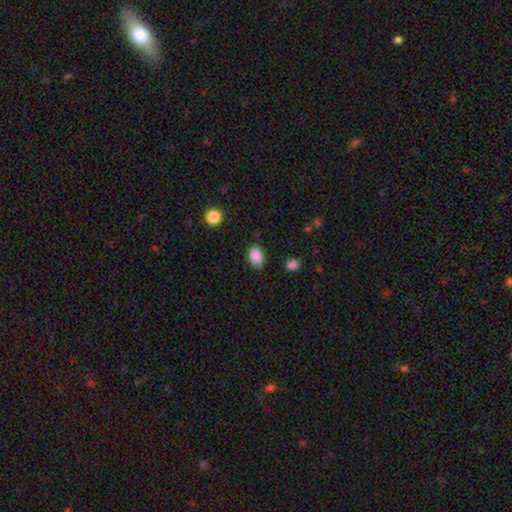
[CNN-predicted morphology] type=smooth (89%); roundness=in between (82%); merging=none (83%).